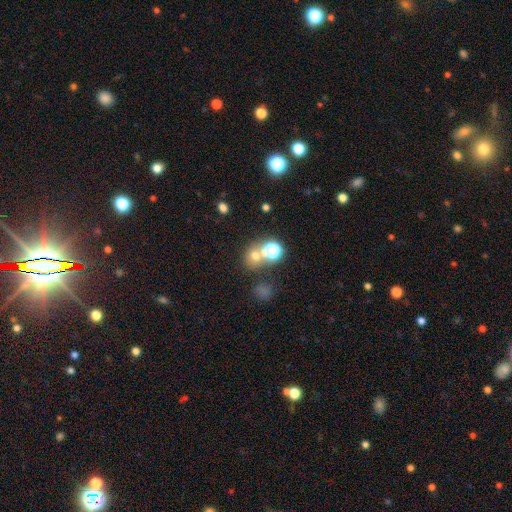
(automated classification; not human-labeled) Smooth or featured: smooth — 61% (star or artifact — 27%)
How rounded: round — 75% (in between — 24%)
Merging: none — 52% (merger — 35%)